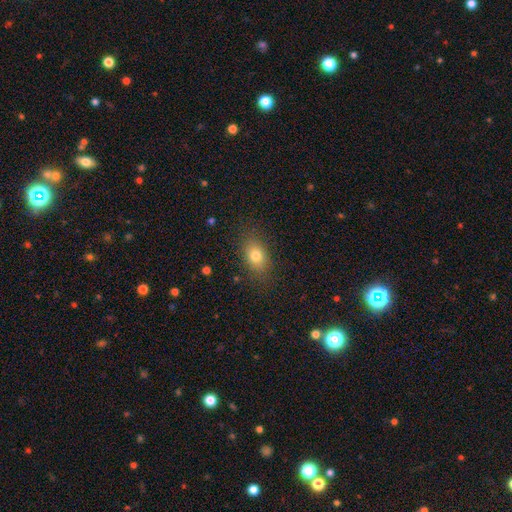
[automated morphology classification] smooth-or-featured: smooth: 78% | featured or disk: 12% | star or artifact: 11%
  how-rounded: in between: 79% | round: 18% | cigar-shaped: 3%
  merging: none: 84% | minor disturbance: 11% | major disturbance: 4% | merger: 1%